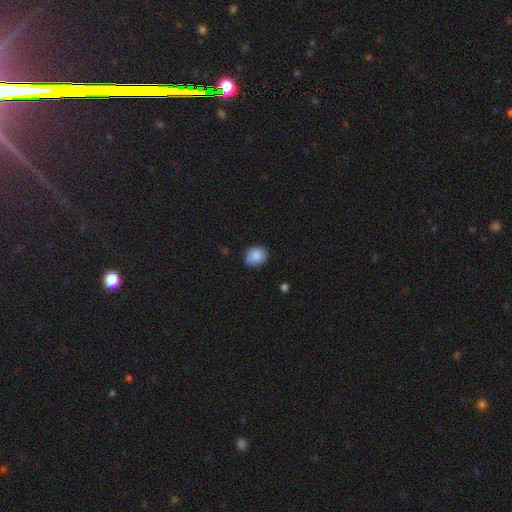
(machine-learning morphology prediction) Overall: smooth (86%). How rounded: round (57%; in between 42%). Merging: none (83%).